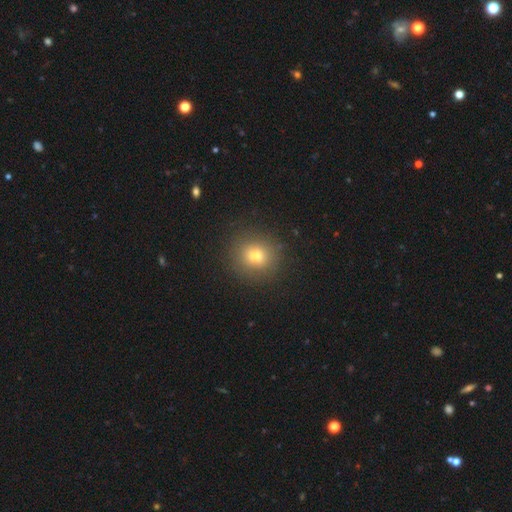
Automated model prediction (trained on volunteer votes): A smooth galaxy with no disk features (75%) that is round (84%). Merging: none (88%).